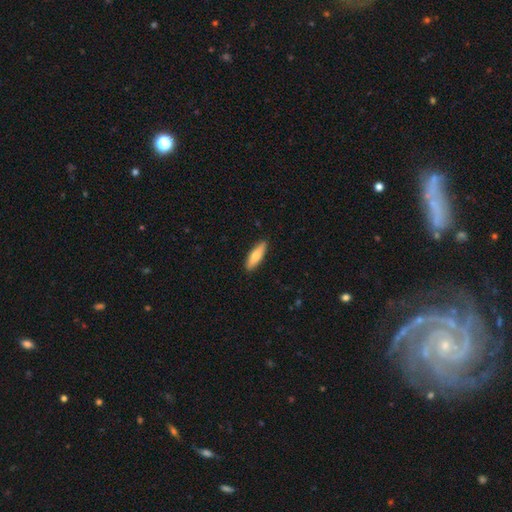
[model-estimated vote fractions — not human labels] Morphology: type=smooth (73%); roundness=cigar-shaped (56%); merging=none (90%).